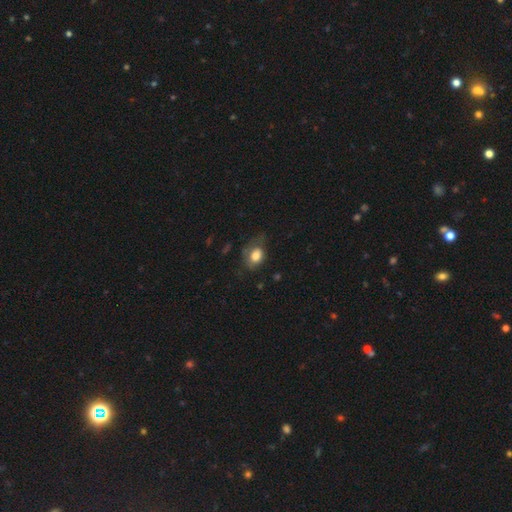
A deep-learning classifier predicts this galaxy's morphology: smooth_or_featured: smooth (p=0.79) [alt: featured or disk p=0.13]
how_rounded: in between (p=0.67) [alt: round p=0.31]
merging: none (p=0.48) [alt: minor disturbance p=0.33]